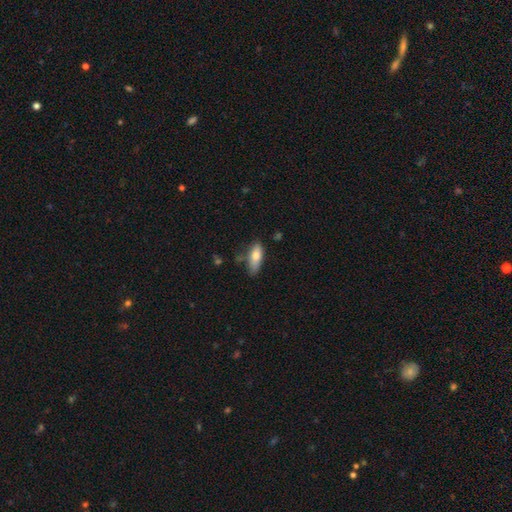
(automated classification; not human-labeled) This is likely a smooth galaxy (77%). How rounded: likely in between (75%). Merging: likely none (64%).